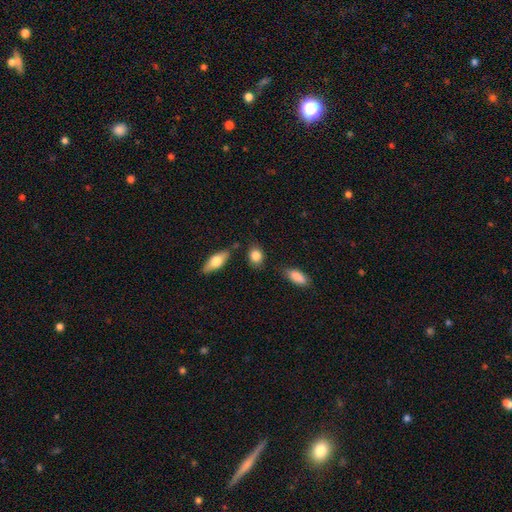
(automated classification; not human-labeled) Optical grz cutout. It shows a smooth galaxy with no disk features (85%) that is in between round and cigar-shaped (53%). Merging: none (77%).